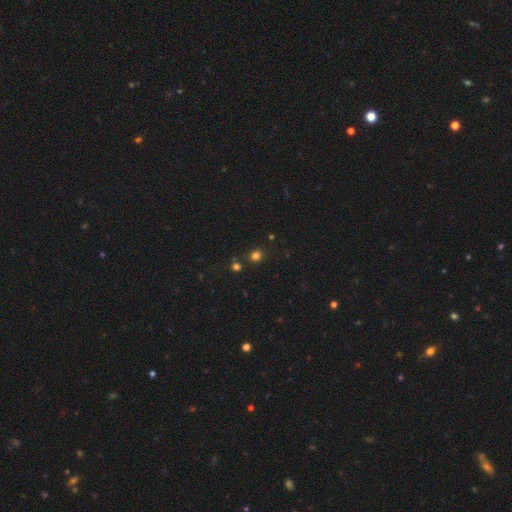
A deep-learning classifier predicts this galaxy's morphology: Smooth or featured: smooth — 74% (star or artifact — 21%)
How rounded: round — 82% (in between — 17%)
Merging: none — 81% (minor disturbance — 8%)